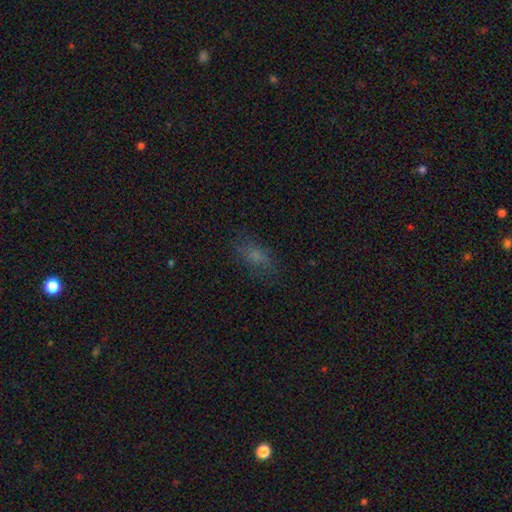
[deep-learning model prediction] A smooth galaxy with no disk features (64%) that is in between round and cigar-shaped (78%). Merging: none (75%).